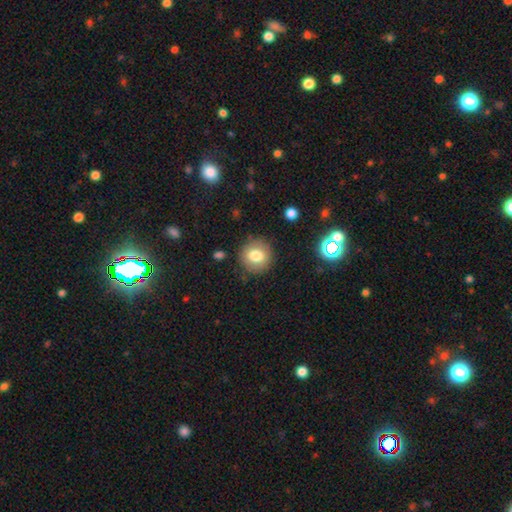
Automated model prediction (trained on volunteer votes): smooth-or-featured: smooth: 77% | featured or disk: 12% | star or artifact: 11%
  how-rounded: round: 90% | in between: 9% | cigar-shaped: 1%
  merging: none: 88% | minor disturbance: 8% | major disturbance: 3% | merger: 1%